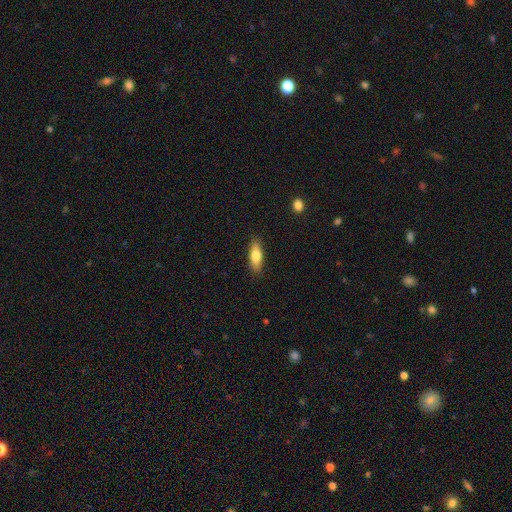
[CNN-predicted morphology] type=smooth (77%); roundness=in between (58%); merging=none (87%).